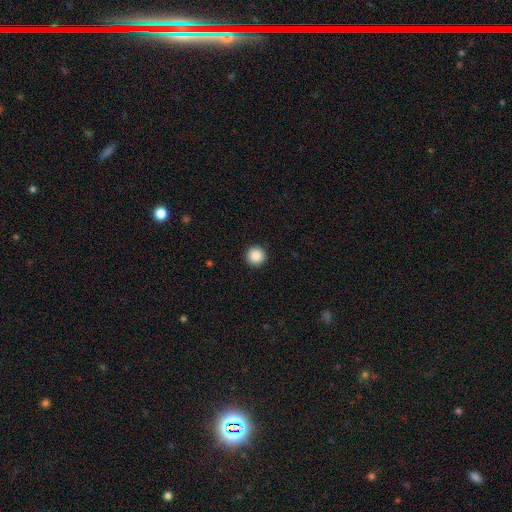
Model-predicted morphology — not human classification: Smooth or featured? Predicted: smooth (p=0.88). How rounded? Predicted: round (p=0.96). Merging? Predicted: none (p=0.93).